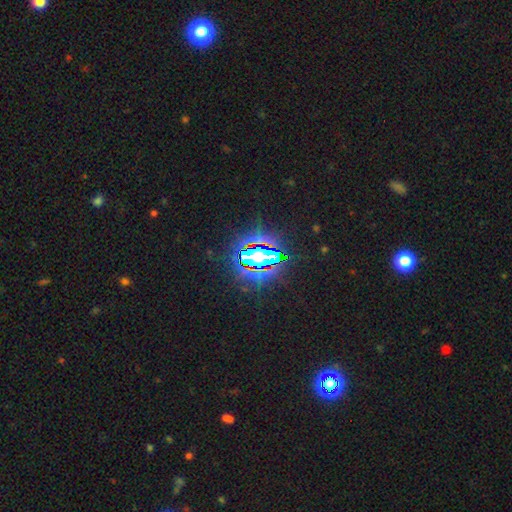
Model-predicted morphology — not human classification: smooth-or-featured: star or artifact: 82% | smooth: 11% | featured or disk: 8%